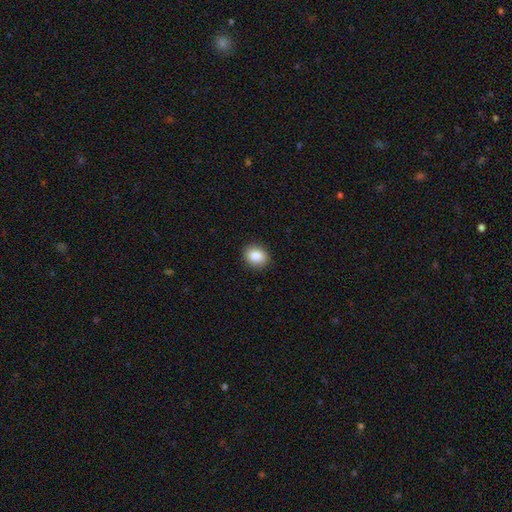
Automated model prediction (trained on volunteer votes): smooth-or-featured: smooth: 87% | star or artifact: 8% | featured or disk: 5%
  how-rounded: round: 55% | in between: 44% | cigar-shaped: 1%
  merging: none: 90% | minor disturbance: 7% | major disturbance: 2% | merger: 1%